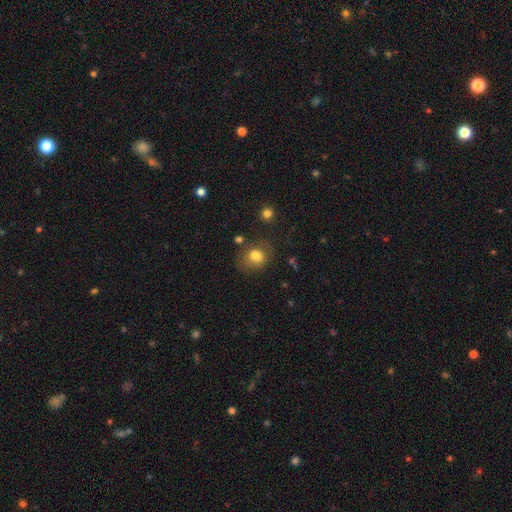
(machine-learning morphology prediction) A smooth galaxy with no disk features (80%) that is round (62%).

Vote fractions:
- Smooth or featured? smooth: 80% / star or artifact: 11% / featured or disk: 9%
- How rounded? round: 62% / in between: 37% / cigar-shaped: 1%
- Merging? none: 70% / minor disturbance: 18% / major disturbance: 8% / merger: 5%